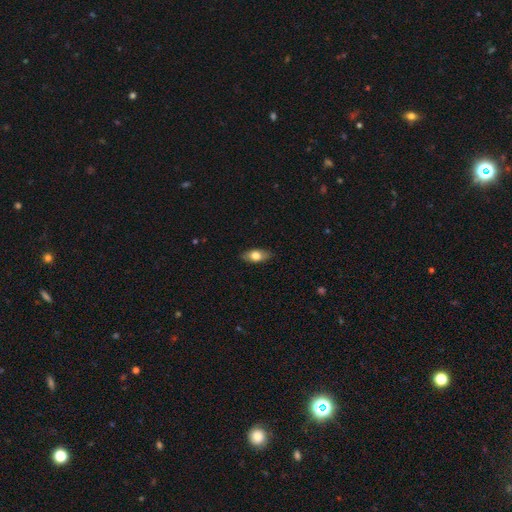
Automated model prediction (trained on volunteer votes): Q: Smooth or featured?
A: smooth (73%); runner-up: featured or disk (21%)
Q: How rounded?
A: in between (86%); runner-up: cigar-shaped (9%)
Q: Merging?
A: none (86%); runner-up: minor disturbance (11%)